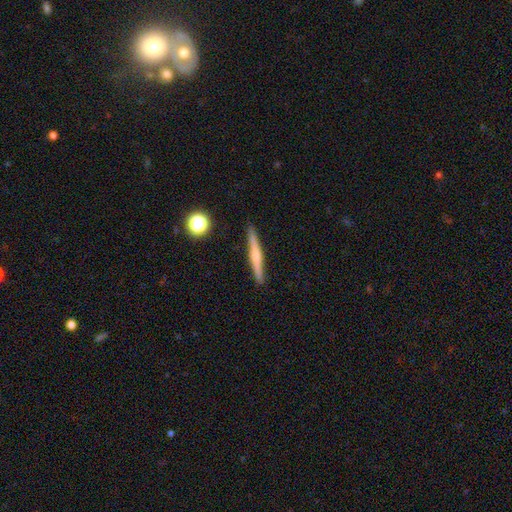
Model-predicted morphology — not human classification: Smooth or featured? featured or disk (55%)
Edge-on disk? yes (98%)
Edge-on bulge? rounded (65%)
Merging? none (91%)